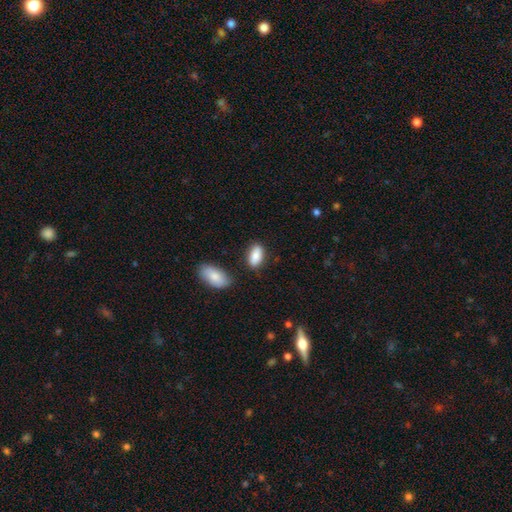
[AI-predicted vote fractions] Smooth or featured? smooth (86%)
How rounded? in between (91%)
Merging? none (77%)